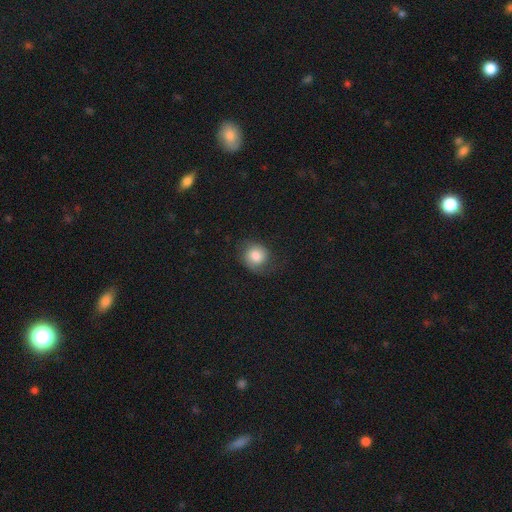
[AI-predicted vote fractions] This is likely a smooth galaxy (72%). How rounded: likely round (75%). Merging: likely none (63%).